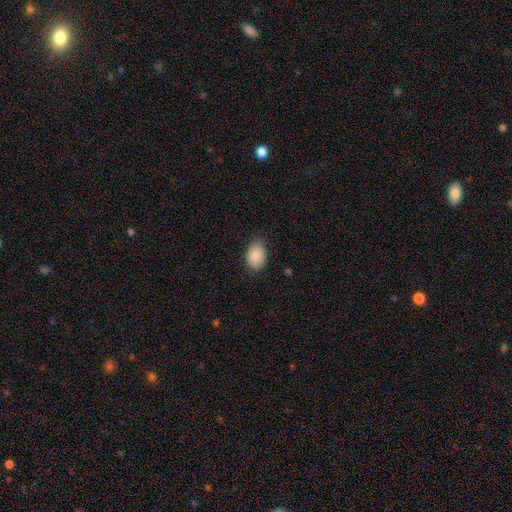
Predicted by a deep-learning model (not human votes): This appears to be a smooth galaxy with no disk features (86%) that is in between round and cigar-shaped (82%). Merging: none (81%).